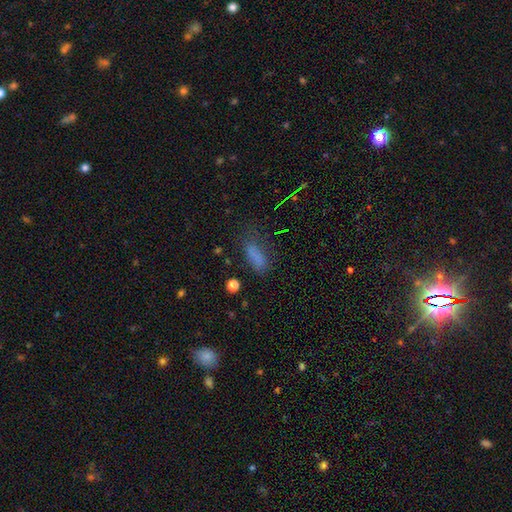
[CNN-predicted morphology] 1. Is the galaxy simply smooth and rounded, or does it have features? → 72% smooth, 18% star or artifact, 10% featured or disk.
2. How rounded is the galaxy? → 64% in between, 31% cigar-shaped, 5% round.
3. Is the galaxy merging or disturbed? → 53% none, 26% minor disturbance, 18% major disturbance, 4% merger.